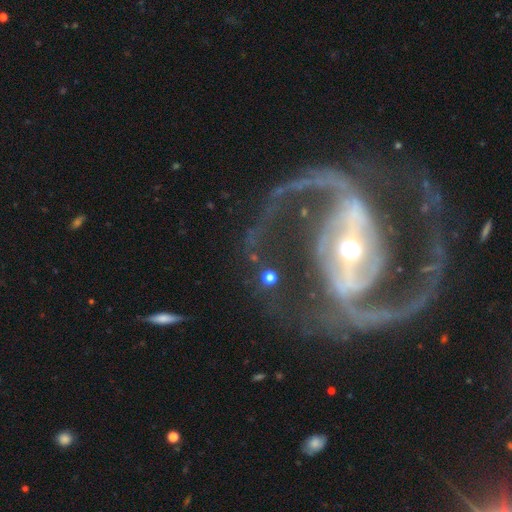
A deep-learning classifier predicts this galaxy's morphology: Smooth or featured?
  - featured or disk: 93% *
  - star or artifact: 4%
  - smooth: 3%
Edge-on disk?
  - no: 97% *
  - yes: 3%
Bar?
  - strong: 68% *
  - weak: 23%
  - no: 10%
Spiral arms?
  - yes: 97% *
  - no: 3%
Spiral winding?
  - medium: 58% *
  - loose: 27%
  - tight: 16%
Spiral arm count?
  - 2: 91% *
  - 3: 2%
  - can't tell: 2%
  - 1: 2%
  - 4: 1%
  - more than 4: 1%
Bulge size?
  - moderate: 54% *
  - small: 37%
  - large: 6%
  - dominant: 1%
  - none: 1%
Merging?
  - none: 71% *
  - major disturbance: 14%
  - minor disturbance: 12%
  - merger: 3%